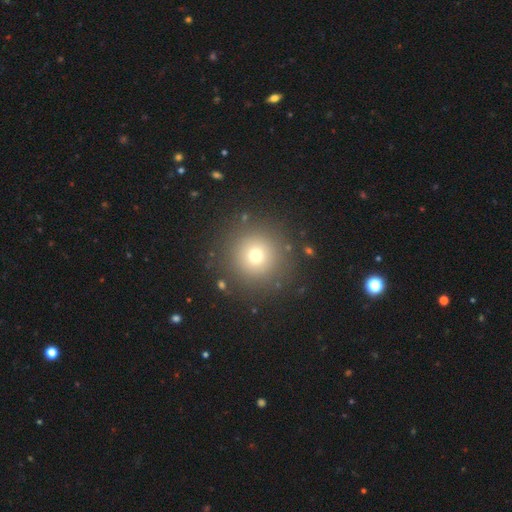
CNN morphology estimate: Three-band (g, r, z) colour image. It shows a smooth galaxy with no disk features (71%) that is round (96%). Merging: none (88%).